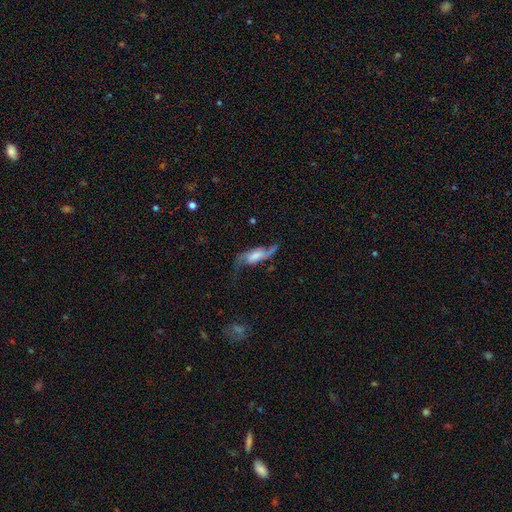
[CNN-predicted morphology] Smooth or featured? featured or disk (69%)
Edge-on disk? no (85%)
Bar? no (48%)
Spiral arms? yes (90%)
Spiral winding? loose (74%)
Spiral arm count? 2 (86%)
Bulge size? moderate (32%)
Merging? none (48%)